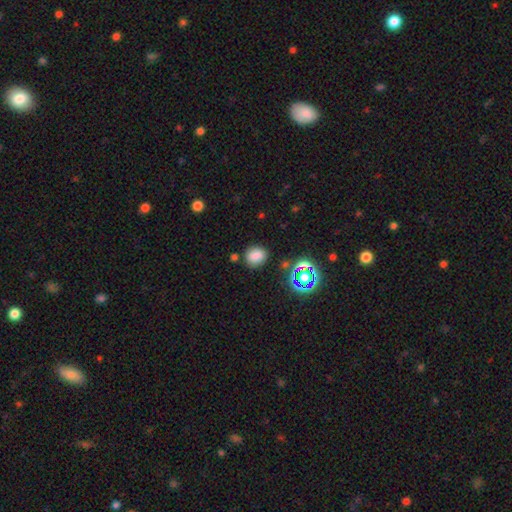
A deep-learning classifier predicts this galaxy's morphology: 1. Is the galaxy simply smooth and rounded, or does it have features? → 76% smooth, 17% star or artifact, 7% featured or disk.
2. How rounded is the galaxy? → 57% round, 42% in between, 1% cigar-shaped.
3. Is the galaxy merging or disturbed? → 79% none, 13% minor disturbance, 5% merger, 4% major disturbance.